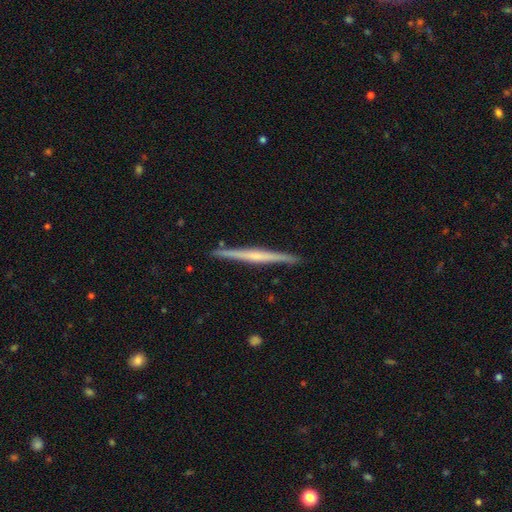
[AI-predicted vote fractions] Smooth or featured?
  - featured or disk: 71% *
  - smooth: 24%
  - star or artifact: 6%
Edge-on disk?
  - yes: 98% *
  - no: 2%
Edge-on bulge?
  - none: 45% * (tied)
  - rounded: 45% * (tied)
  - boxy: 10%
Merging?
  - none: 91% *
  - minor disturbance: 6%
  - major disturbance: 1%
  - merger: 1%